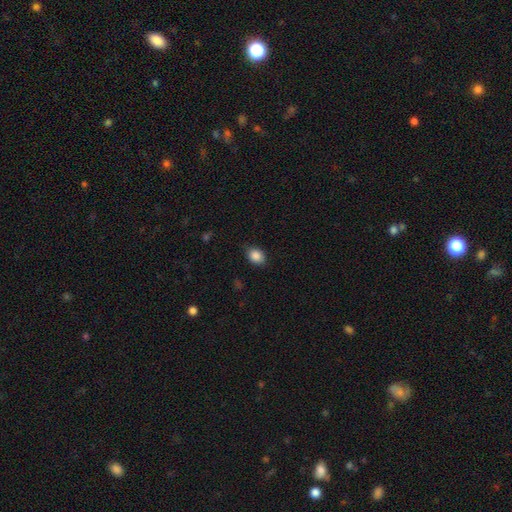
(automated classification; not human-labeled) Overall: smooth (87%). How rounded: in between (62%; round 37%). Merging: none (83%).